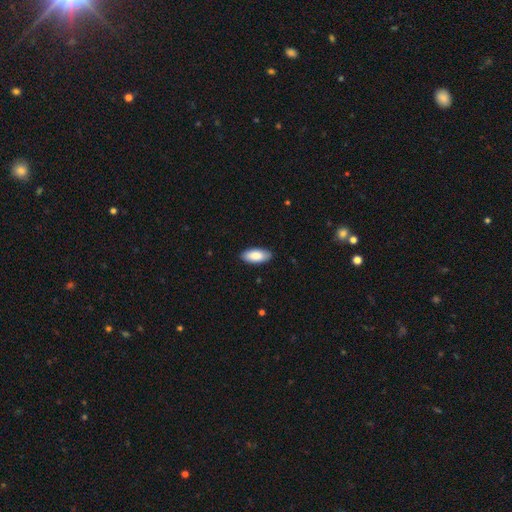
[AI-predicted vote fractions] This appears to be a smooth galaxy with no disk features (86%) that is in between round and cigar-shaped (91%). Merging: none (89%).